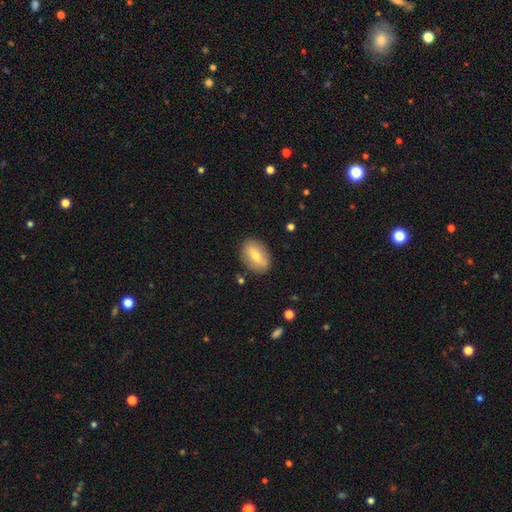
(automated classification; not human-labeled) A smooth galaxy with no disk features (60%) that is in between round and cigar-shaped (83%).

Vote fractions:
- Smooth or featured? smooth: 60% / featured or disk: 33% / star or artifact: 7%
- How rounded? in between: 83% / round: 15% / cigar-shaped: 3%
- Merging? none: 83% / minor disturbance: 12% / major disturbance: 3% / merger: 2%